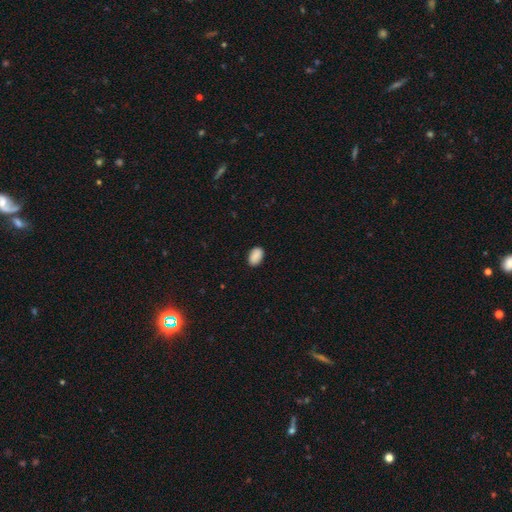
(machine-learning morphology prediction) Overall: smooth (89%). How rounded: in between (91%). Merging: none (87%).